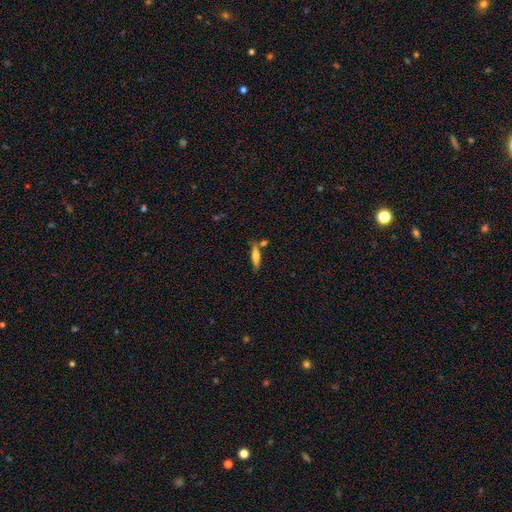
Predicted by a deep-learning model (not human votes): smooth_or_featured: smooth (p=0.64) [alt: featured or disk p=0.29]
how_rounded: cigar-shaped (p=0.69) [alt: in between p=0.29]
merging: none (p=0.68) [alt: minor disturbance p=0.15]